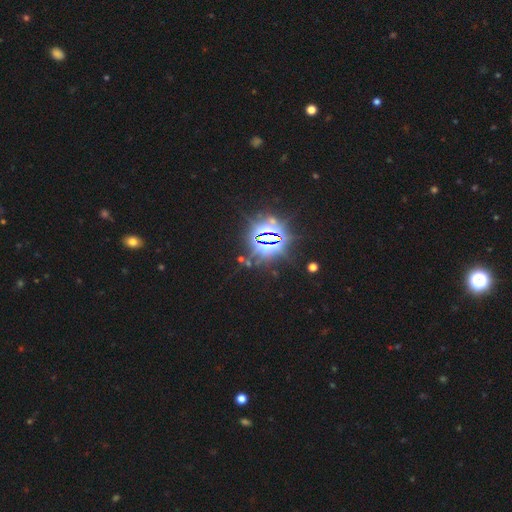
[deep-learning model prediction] Smooth or featured? Predicted: star or artifact (p=0.82).